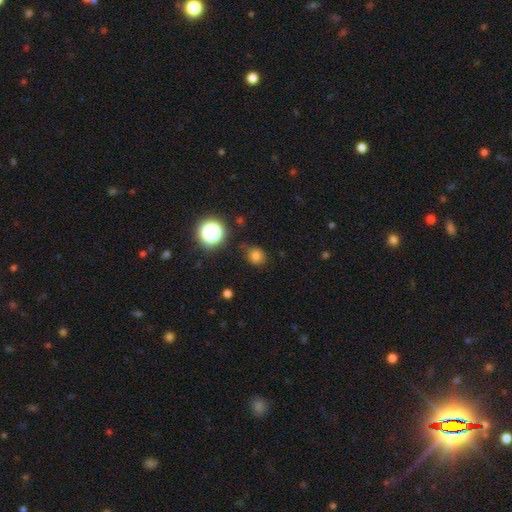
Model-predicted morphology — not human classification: Smooth or featured? smooth (74%)
How rounded? round (75%)
Merging? none (78%)